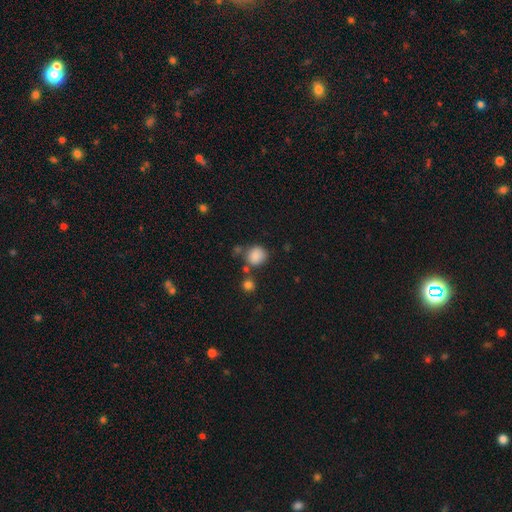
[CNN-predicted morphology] The model was most divided on "merging": none: 66%, minor disturbance: 16%, merger: 12%, major disturbance: 6%. More confident: smooth or featured — smooth (84%); how rounded — round (78%).